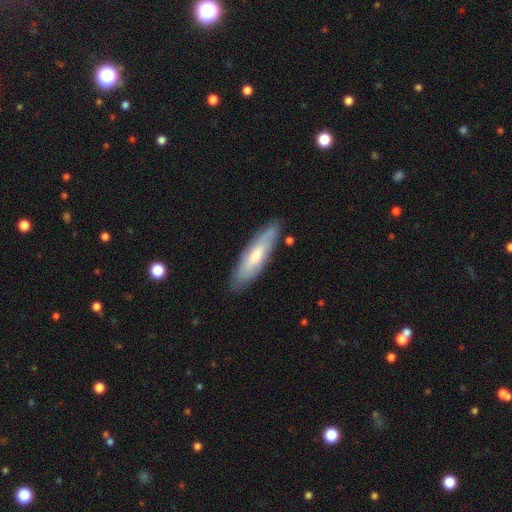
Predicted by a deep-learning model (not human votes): smooth 60%, featured or disk 34%, star or artifact 6%. Down the decision tree: how rounded — cigar-shaped (63%); merging — none (84%).